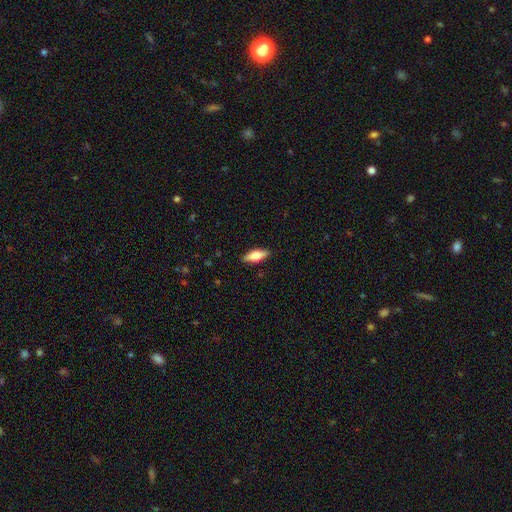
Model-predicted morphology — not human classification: A smooth galaxy with no disk features (56%) that is in between round and cigar-shaped (62%). Merging: none (88%).